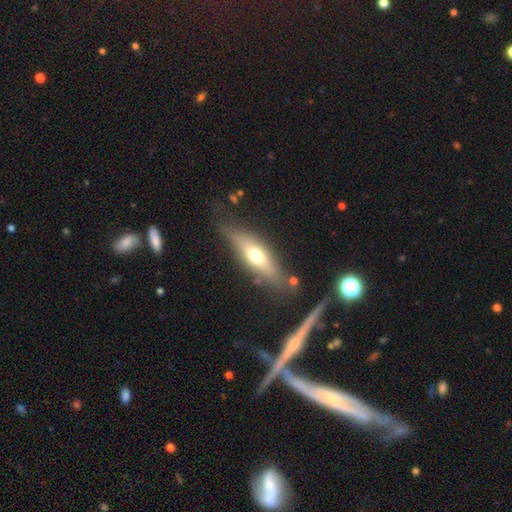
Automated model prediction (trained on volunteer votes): smooth 50%, featured or disk 43%, star or artifact 7%. Down the decision tree: merging — none (73%).